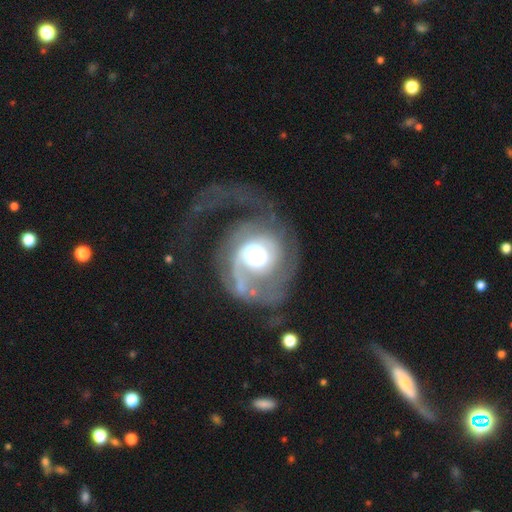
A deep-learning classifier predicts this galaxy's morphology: A featured or disk galaxy (82%) with no bar (68%), 2 (40%) tight (40%) spiral arms (92%) and a moderate central bulge (46%). Merging: major disturbance (42%).